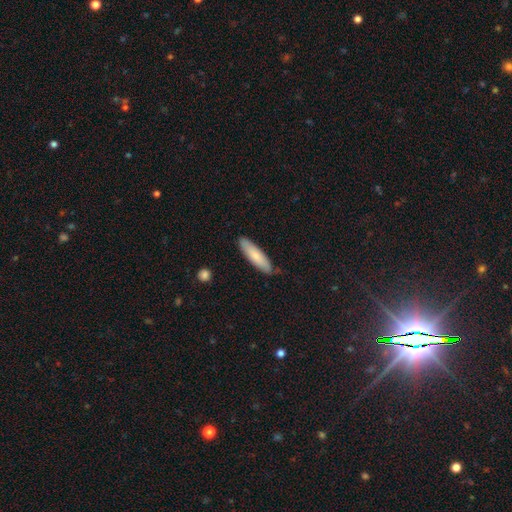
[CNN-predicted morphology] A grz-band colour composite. It shows a smooth galaxy with no disk features (79%) that is cigar-shaped (65%). Merging: none (83%).